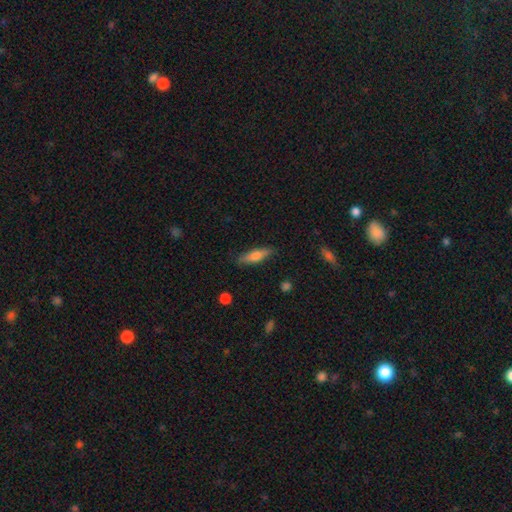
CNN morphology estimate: smooth_or_featured: smooth (p=0.64) [alt: featured or disk p=0.30]
how_rounded: cigar-shaped (p=0.64) [alt: in between p=0.34]
merging: none (p=0.85) [alt: minor disturbance p=0.11]